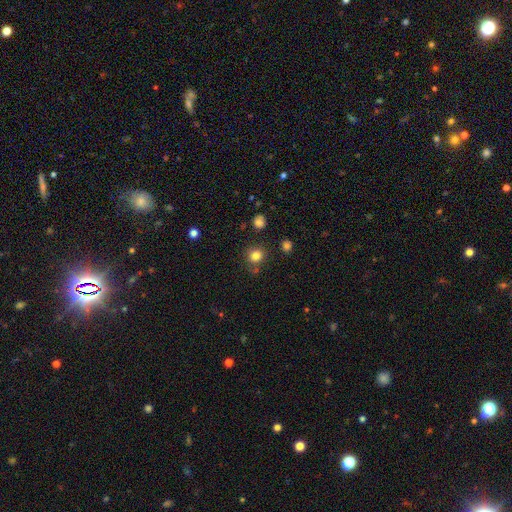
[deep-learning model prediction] Smooth or featured? smooth (82%)
How rounded? round (87%)
Merging? none (80%)